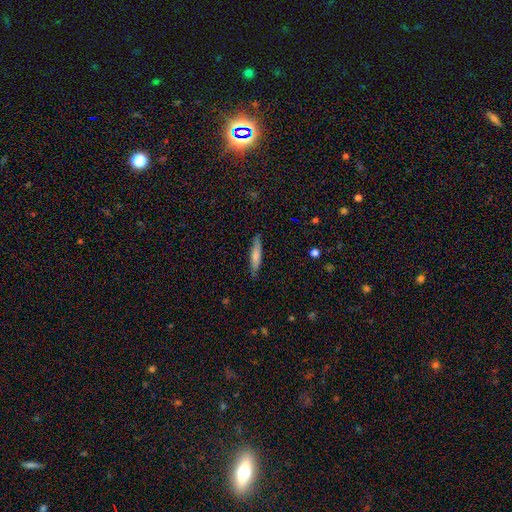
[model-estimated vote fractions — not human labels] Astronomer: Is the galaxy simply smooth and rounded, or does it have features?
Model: smooth — 71%.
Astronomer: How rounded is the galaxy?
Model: cigar-shaped — 85%.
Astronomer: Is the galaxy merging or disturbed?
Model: none — 85%.